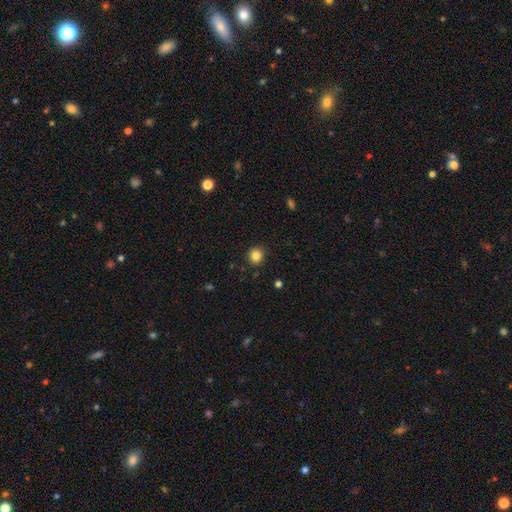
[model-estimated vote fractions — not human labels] smooth-or-featured: smooth: 84% | star or artifact: 11% | featured or disk: 5%
  how-rounded: round: 88% | in between: 11% | cigar-shaped: 1%
  merging: none: 90% | minor disturbance: 7% | major disturbance: 2% | merger: 1%